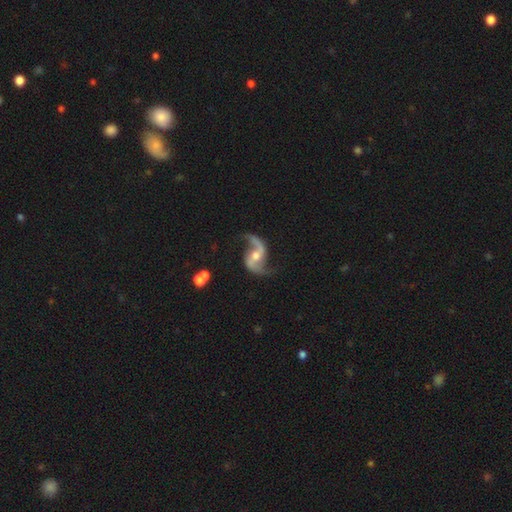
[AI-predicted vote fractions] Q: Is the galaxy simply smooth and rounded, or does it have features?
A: featured or disk — 91%.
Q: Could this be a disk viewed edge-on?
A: no — 98%.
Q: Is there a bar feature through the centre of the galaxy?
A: weak — 39%, tied with no.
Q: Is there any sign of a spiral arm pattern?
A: yes — 97%.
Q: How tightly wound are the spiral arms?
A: loose — 73%.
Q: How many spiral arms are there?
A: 2 — 94%.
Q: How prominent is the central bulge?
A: moderate — 65%.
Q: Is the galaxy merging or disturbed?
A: none — 76%.